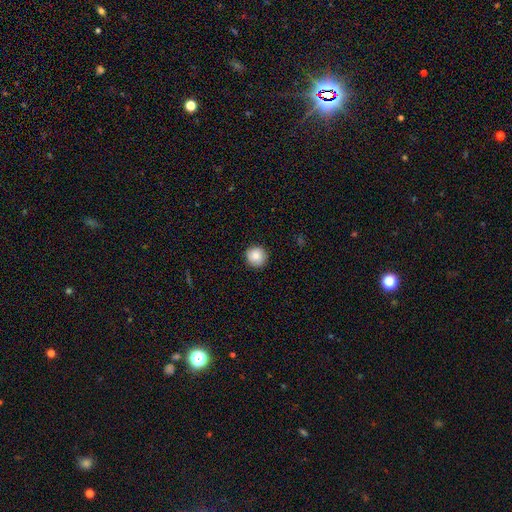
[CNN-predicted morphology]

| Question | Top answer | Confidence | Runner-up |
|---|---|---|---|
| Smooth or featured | smooth | 83% | star or artifact (8%) |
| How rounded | round | 94% | in between (5%) |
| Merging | none | 90% | minor disturbance (8%) |